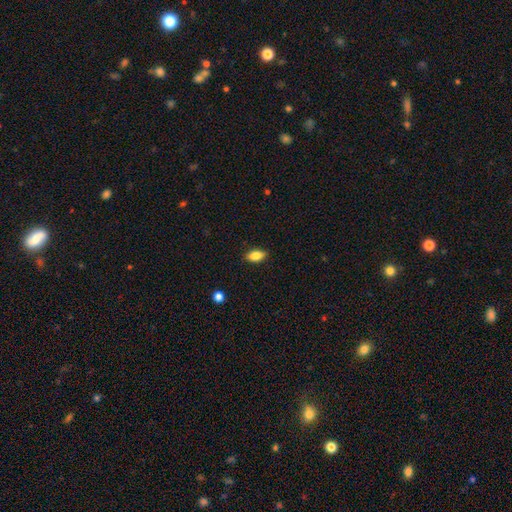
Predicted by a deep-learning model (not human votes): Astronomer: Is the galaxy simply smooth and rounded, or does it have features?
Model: smooth — 84%.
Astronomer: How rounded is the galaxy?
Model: in between — 90%.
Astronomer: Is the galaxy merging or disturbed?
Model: none — 86%.